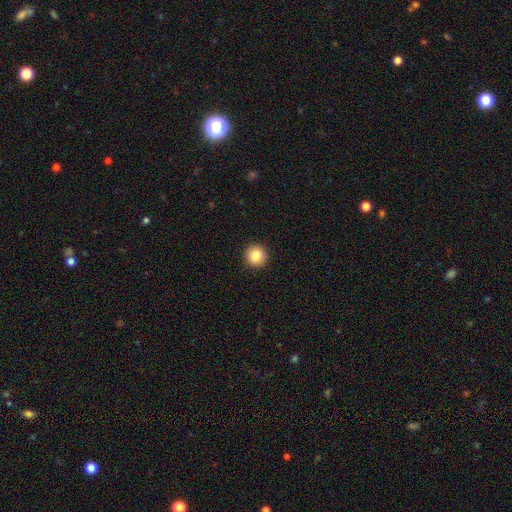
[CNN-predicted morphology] Smooth or featured: smooth — 85% (star or artifact — 9%)
How rounded: round — 94% (in between — 5%)
Merging: none — 93% (minor disturbance — 4%)